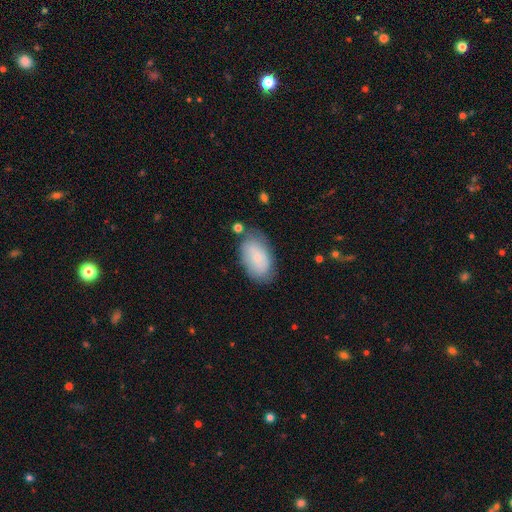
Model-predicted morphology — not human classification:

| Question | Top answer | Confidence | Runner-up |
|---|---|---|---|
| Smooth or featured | smooth | 62% | featured or disk (24%) |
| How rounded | in between | 93% | round (5%) |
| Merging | none | 75% | minor disturbance (17%) |